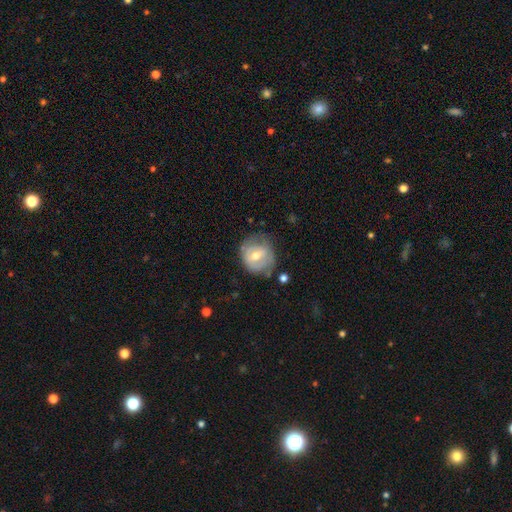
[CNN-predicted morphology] Smooth or featured?
  - featured or disk: 49% *
  - smooth: 43%
  - star or artifact: 7%
Merging?
  - none: 61% *
  - minor disturbance: 26%
  - major disturbance: 10%
  - merger: 3%